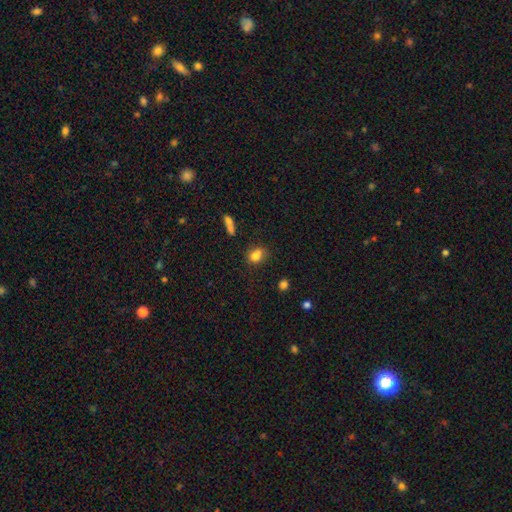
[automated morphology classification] type=smooth (79%); roundness=in between (58%); merging=none (53%).